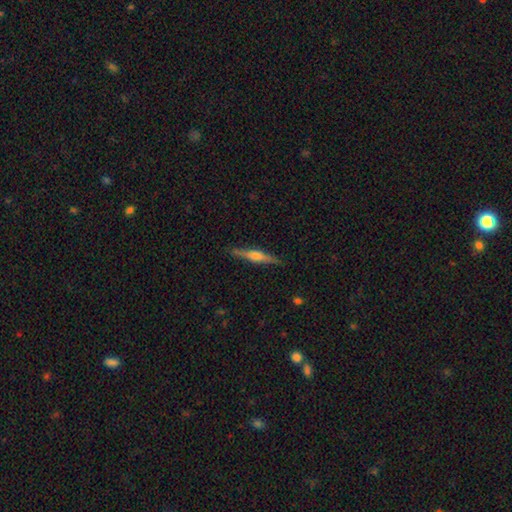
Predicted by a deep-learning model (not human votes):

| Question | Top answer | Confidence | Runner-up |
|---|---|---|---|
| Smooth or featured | featured or disk | 69% | smooth (25%) |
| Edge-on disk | yes | 98% | no (2%) |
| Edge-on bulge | rounded | 81% | boxy (13%) |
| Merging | none | 89% | minor disturbance (8%) |